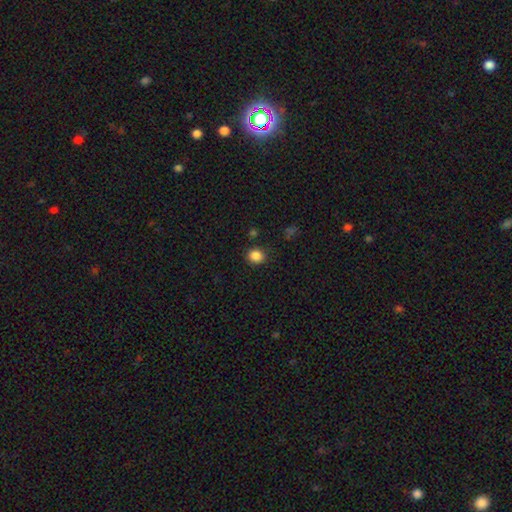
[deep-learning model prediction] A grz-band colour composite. It shows a smooth galaxy with no disk features (86%) that is round (76%). Merging: none (86%).